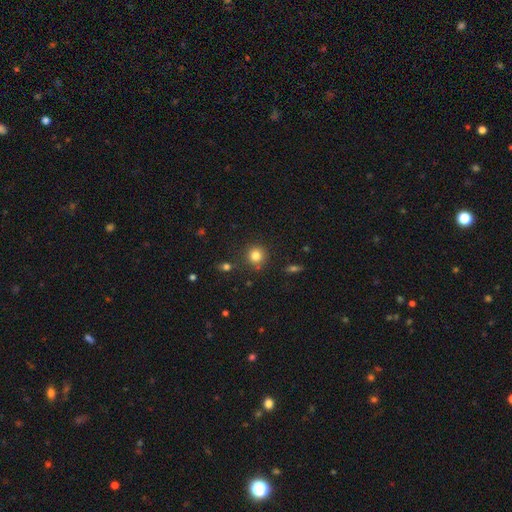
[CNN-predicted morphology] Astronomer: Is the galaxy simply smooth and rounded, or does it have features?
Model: smooth — 81%.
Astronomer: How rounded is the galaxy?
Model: round — 92%.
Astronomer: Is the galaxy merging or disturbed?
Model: none — 84%.